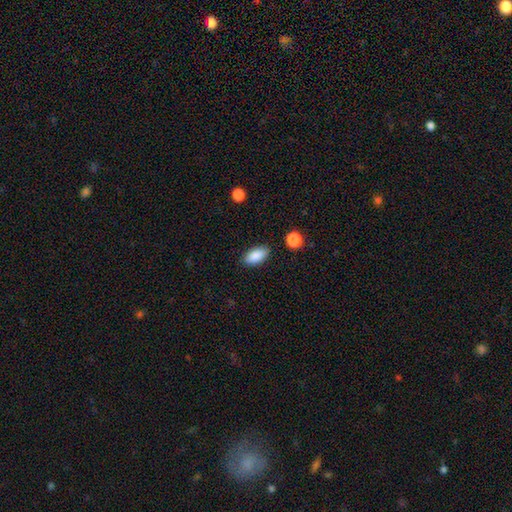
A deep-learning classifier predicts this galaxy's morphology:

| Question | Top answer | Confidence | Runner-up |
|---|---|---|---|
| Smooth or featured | smooth | 89% | star or artifact (7%) |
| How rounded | in between | 92% | cigar-shaped (5%) |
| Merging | none | 86% | minor disturbance (9%) |